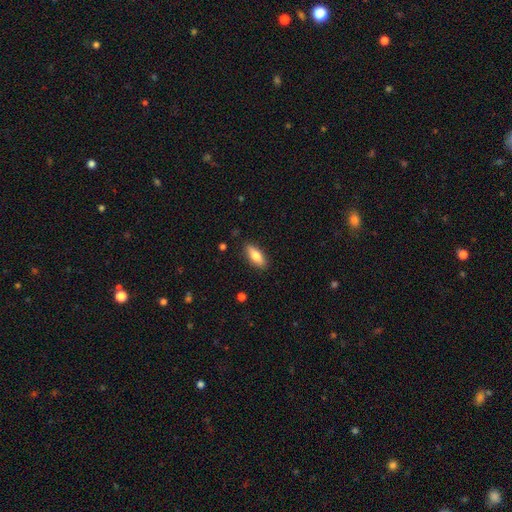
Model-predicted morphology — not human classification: This is likely a smooth galaxy (76%). How rounded: likely in between (72%). Merging: clearly none (87%).